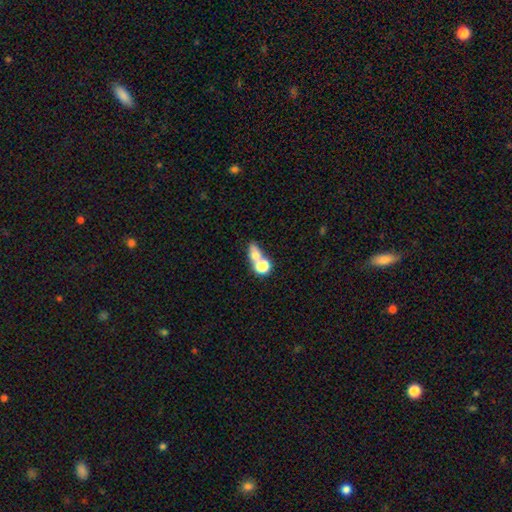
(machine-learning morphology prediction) This is likely a smooth galaxy (68%). How rounded: possibly in between (50%). Merging: possibly merger (59%).